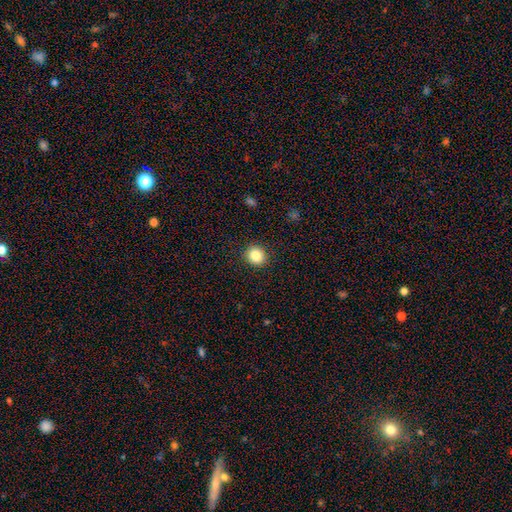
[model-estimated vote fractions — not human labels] Q: Smooth or featured?
A: smooth (85%); runner-up: star or artifact (10%)
Q: How rounded?
A: round (84%); runner-up: in between (15%)
Q: Merging?
A: none (91%); runner-up: minor disturbance (6%)